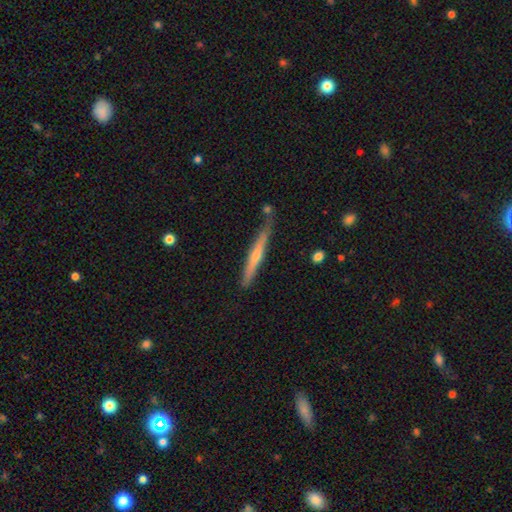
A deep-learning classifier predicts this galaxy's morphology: Smooth or featured: featured or disk — 67% (smooth — 25%)
Edge-on disk: yes — 97% (no — 3%)
Edge-on bulge: rounded — 72% (none — 22%)
Merging: none — 83% (minor disturbance — 12%)